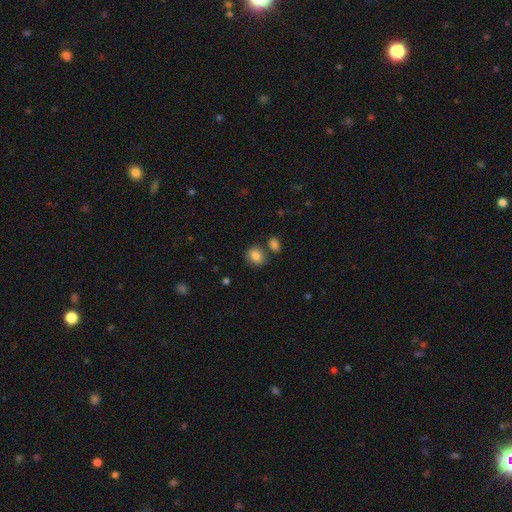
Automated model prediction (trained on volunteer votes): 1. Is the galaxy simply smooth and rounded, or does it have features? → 85% smooth, 9% star or artifact, 6% featured or disk.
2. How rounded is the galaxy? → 56% round, 43% in between, 1% cigar-shaped.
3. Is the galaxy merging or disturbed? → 69% none, 15% merger, 13% minor disturbance, 4% major disturbance.